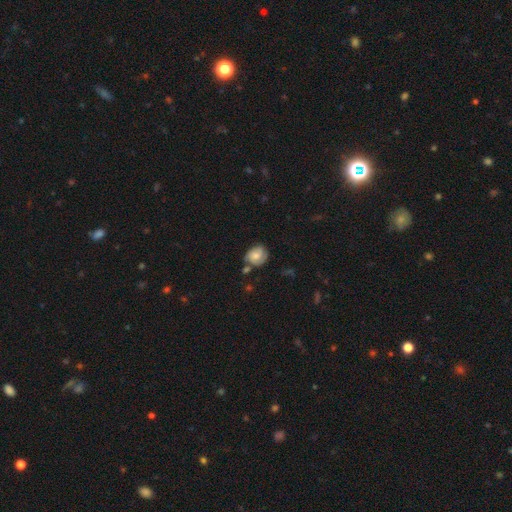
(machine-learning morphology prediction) type=smooth (51%); roundness=round (64%); merging=none (58%).